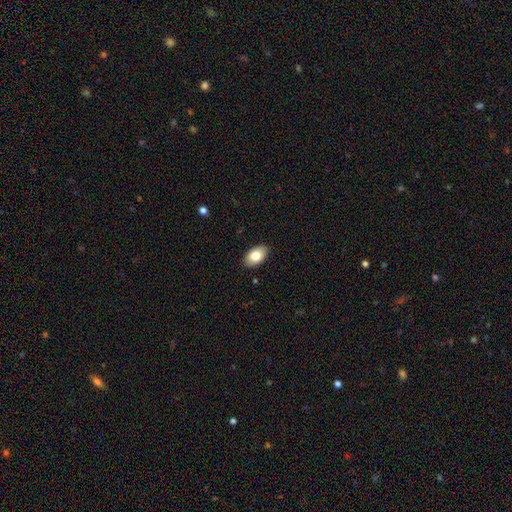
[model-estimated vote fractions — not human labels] A smooth galaxy with no disk features (81%) that is in between round and cigar-shaped (93%).

Vote fractions:
- Smooth or featured? smooth: 81% / featured or disk: 12% / star or artifact: 7%
- How rounded? in between: 93% / round: 6% / cigar-shaped: 1%
- Merging? none: 89% / minor disturbance: 8% / major disturbance: 2% / merger: 1%